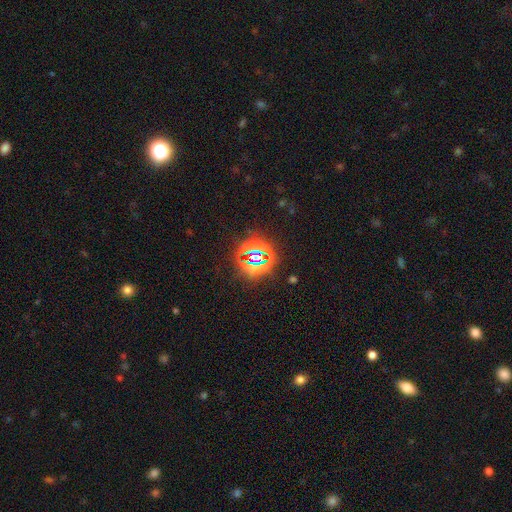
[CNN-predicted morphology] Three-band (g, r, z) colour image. It shows a star or artifact, not a galaxy (76%).